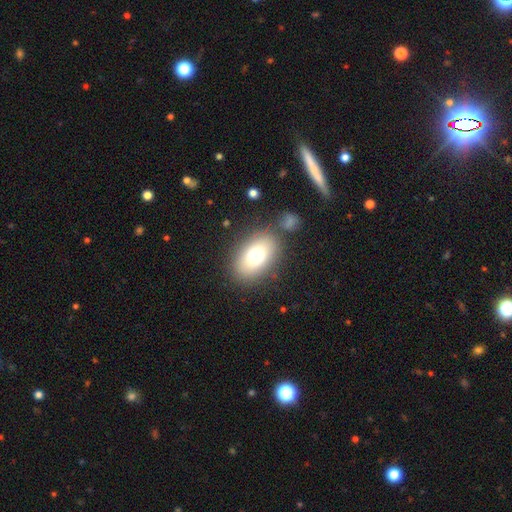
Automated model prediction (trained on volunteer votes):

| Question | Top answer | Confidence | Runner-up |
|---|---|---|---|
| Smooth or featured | smooth | 73% | featured or disk (16%) |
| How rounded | in between | 82% | round (17%) |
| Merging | none | 78% | minor disturbance (11%) |